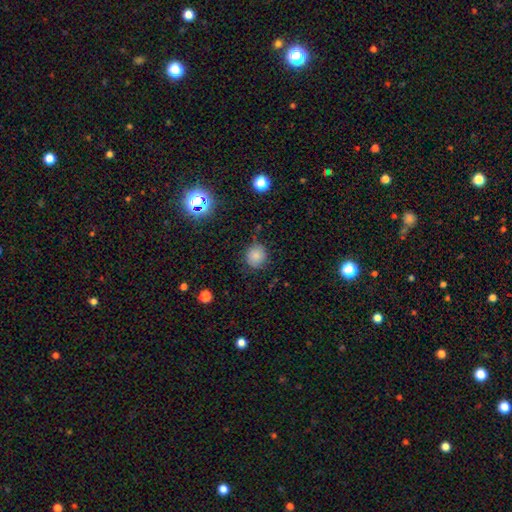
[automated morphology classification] Overall: smooth (81%). How rounded: round (87%). Merging: none (80%).